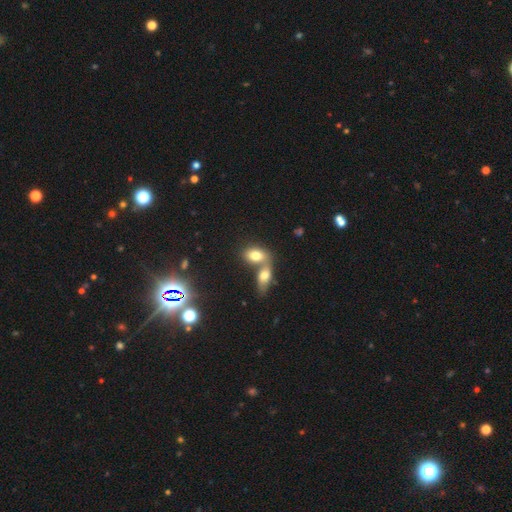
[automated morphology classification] smooth 75%, featured or disk 15%, star or artifact 10%. Down the decision tree: how rounded — in between (83%); merging — merger (61%).